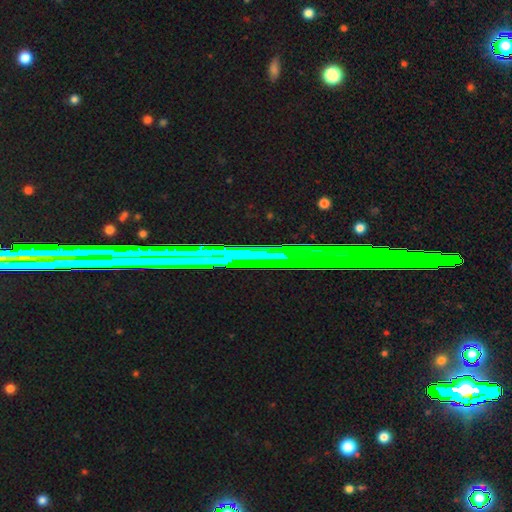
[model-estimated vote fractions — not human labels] This appears to be a star or artifact, not a galaxy (60%).